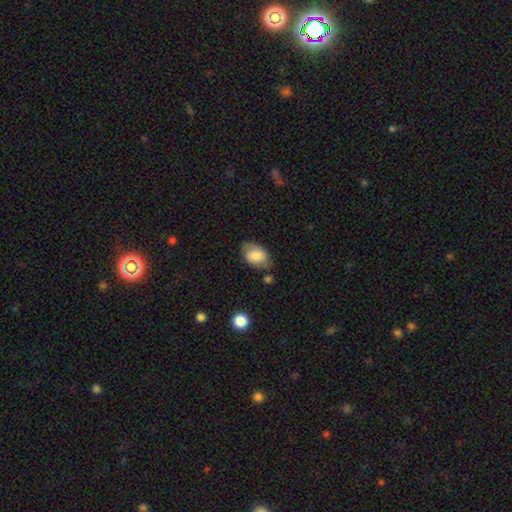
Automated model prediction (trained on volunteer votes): Morphology: type=smooth (77%); roundness=in between (82%); merging=none (67%).